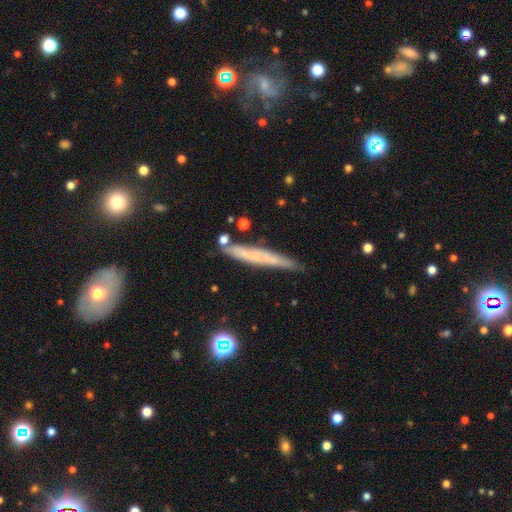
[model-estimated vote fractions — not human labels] A smooth galaxy with no disk features (51%) that is cigar-shaped (95%). Merging: none (77%).